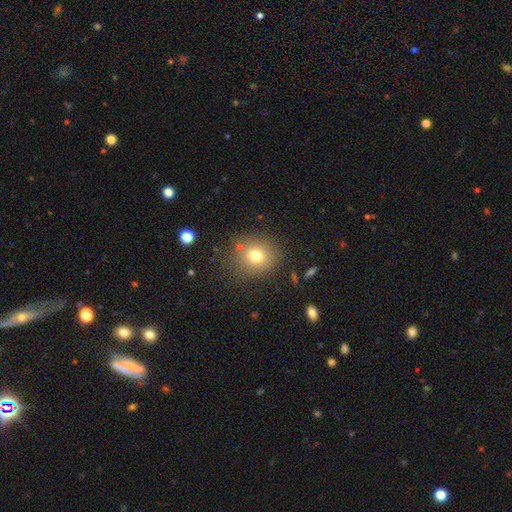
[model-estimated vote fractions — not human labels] A smooth galaxy with no disk features (73%) that is round (83%). Merging: none (81%).